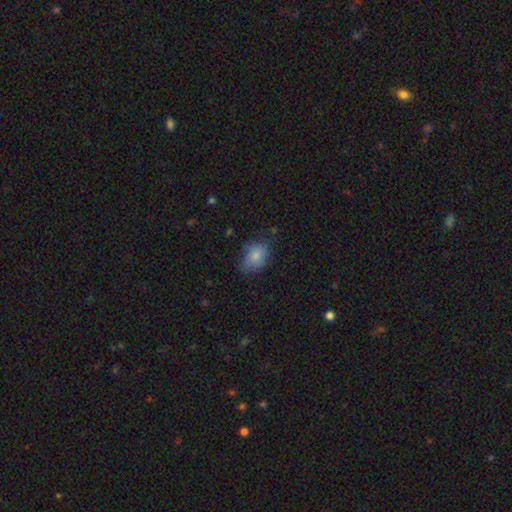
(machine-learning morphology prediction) Smooth or featured: smooth — 80% (featured or disk — 12%)
How rounded: in between — 75% (round — 24%)
Merging: none — 59% (minor disturbance — 30%)